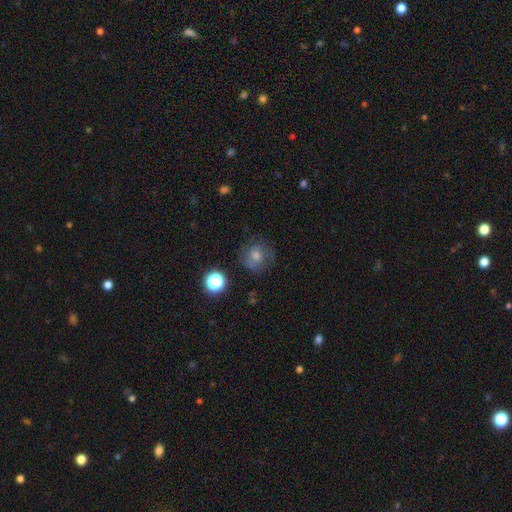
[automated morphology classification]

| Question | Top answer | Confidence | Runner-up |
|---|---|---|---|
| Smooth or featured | smooth | 48% | featured or disk (29%) |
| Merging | none | 78% | minor disturbance (14%) |